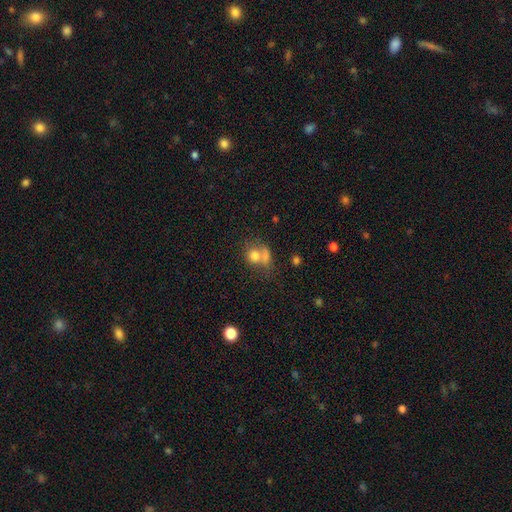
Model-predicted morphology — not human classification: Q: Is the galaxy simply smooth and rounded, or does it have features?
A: smooth — 72%.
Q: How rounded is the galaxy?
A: round — 71%.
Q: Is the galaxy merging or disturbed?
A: merger — 45%.